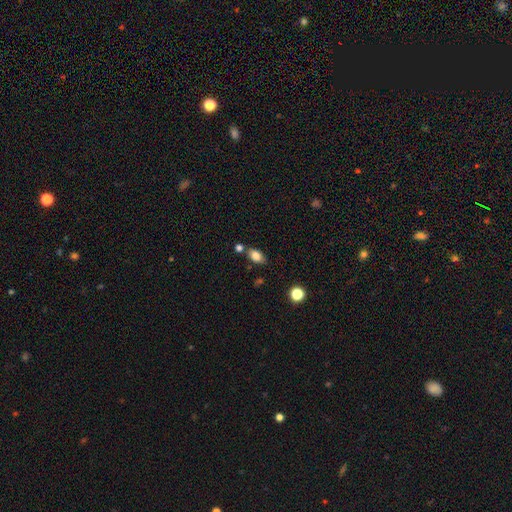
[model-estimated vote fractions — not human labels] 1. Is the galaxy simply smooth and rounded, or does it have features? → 82% smooth, 10% star or artifact, 9% featured or disk.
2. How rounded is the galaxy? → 86% in between, 11% round, 3% cigar-shaped.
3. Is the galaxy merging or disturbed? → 70% none, 15% minor disturbance, 11% merger, 4% major disturbance.